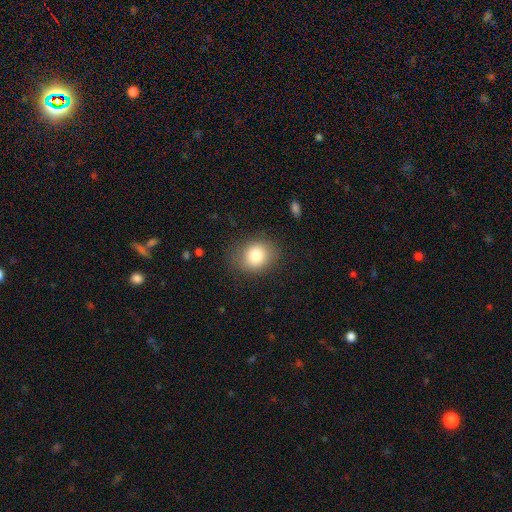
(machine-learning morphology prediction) Smooth or featured? smooth (80%)
How rounded? round (67%)
Merging? none (81%)